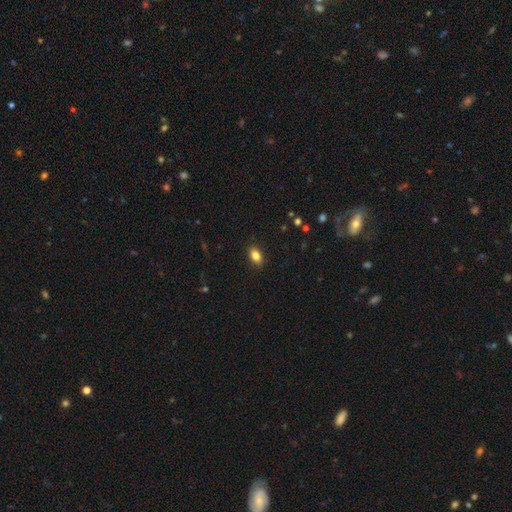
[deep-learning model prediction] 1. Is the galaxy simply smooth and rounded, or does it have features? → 84% smooth, 9% star or artifact, 7% featured or disk.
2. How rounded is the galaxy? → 85% in between, 13% round, 2% cigar-shaped.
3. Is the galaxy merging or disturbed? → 88% none, 9% minor disturbance, 2% major disturbance, 1% merger.